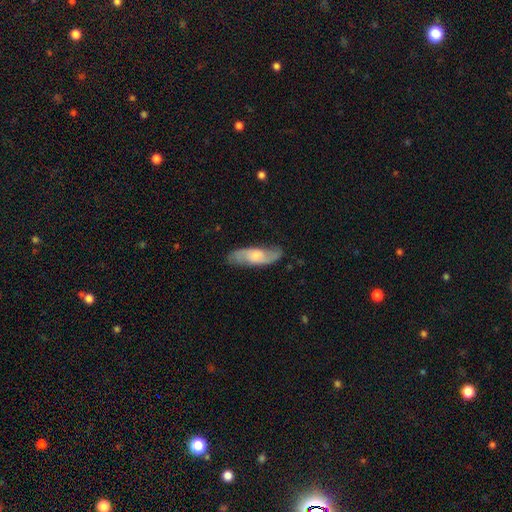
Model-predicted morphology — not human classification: smooth_or_featured: featured or disk (p=0.63) [alt: smooth p=0.32]
disk_edge_on: no (p=0.85) [alt: yes p=0.15]
bar: no (p=0.59) [alt: weak p=0.35]
has_spiral_arms: yes (p=0.91) [alt: no p=0.09]
bulge_size: moderate (p=0.44) [alt: small p=0.33]
merging: none (p=0.80) [alt: minor disturbance p=0.15]